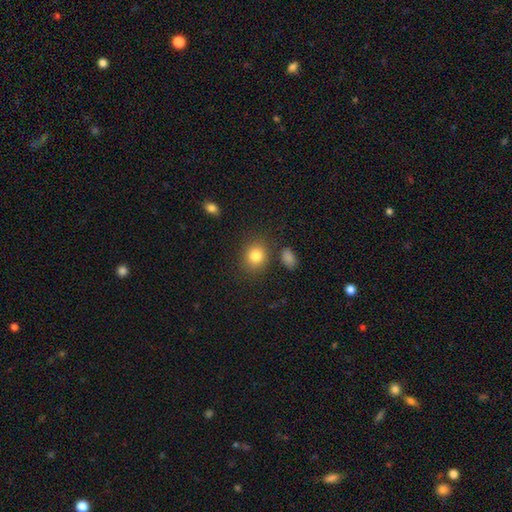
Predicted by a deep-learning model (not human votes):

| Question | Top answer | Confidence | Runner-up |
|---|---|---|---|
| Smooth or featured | smooth | 84% | star or artifact (10%) |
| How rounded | round | 69% | in between (30%) |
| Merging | none | 80% | minor disturbance (10%) |